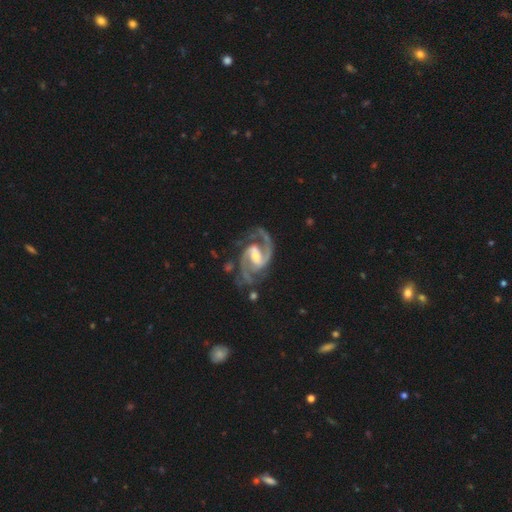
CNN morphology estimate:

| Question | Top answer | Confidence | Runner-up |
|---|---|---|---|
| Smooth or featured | featured or disk | 94% | star or artifact (4%) |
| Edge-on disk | no | 98% | yes (2%) |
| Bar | weak | 48% | strong (38%) |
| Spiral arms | yes | 99% | no (1%) |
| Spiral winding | medium | 64% | tight (23%) |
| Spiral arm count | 2 | 90% | 3 (4%) |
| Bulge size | moderate | 52% | small (37%) |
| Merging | none | 71% | minor disturbance (16%) |